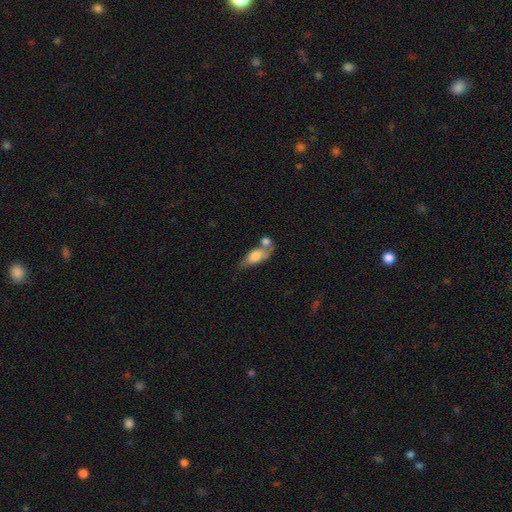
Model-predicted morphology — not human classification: This appears to be a smooth galaxy with no disk features (70%) that is in between round and cigar-shaped (77%). Merging: merger (38%).